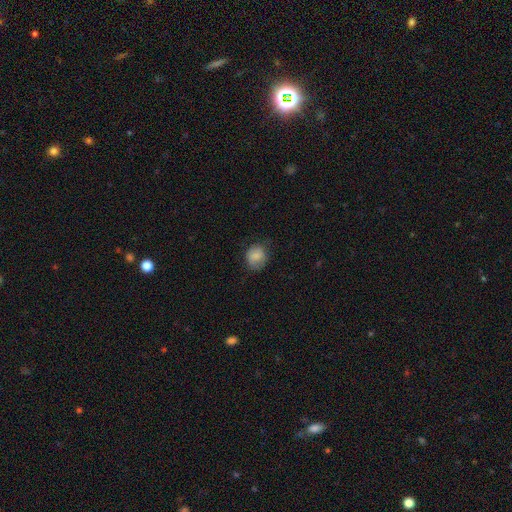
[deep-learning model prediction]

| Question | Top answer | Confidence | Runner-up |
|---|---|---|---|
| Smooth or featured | smooth | 84% | star or artifact (8%) |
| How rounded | round | 68% | in between (31%) |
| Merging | none | 70% | minor disturbance (23%) |